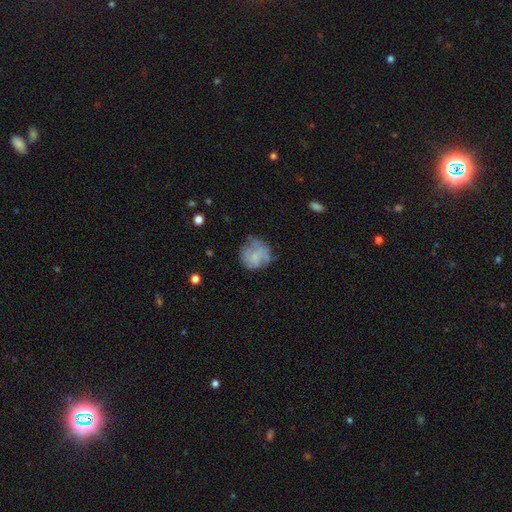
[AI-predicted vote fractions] smooth-or-featured: smooth: 51% | featured or disk: 39% | star or artifact: 10%
  how-rounded: round: 81% | in between: 18% | cigar-shaped: 1%
  merging: none: 53% | minor disturbance: 27% | major disturbance: 17% | merger: 3%